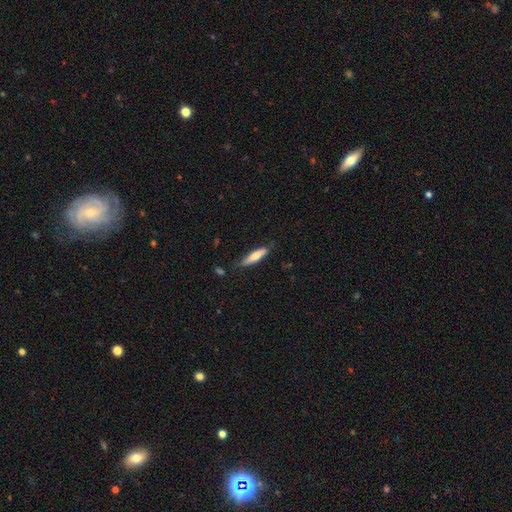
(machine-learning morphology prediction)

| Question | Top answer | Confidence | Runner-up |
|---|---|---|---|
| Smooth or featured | smooth | 69% | featured or disk (26%) |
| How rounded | cigar-shaped | 77% | in between (22%) |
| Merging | none | 76% | minor disturbance (19%) |